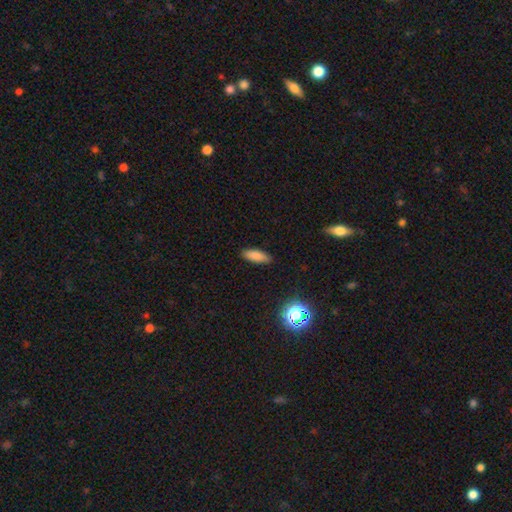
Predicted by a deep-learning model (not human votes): A smooth galaxy with no disk features (83%) that is in between round and cigar-shaped (65%). Merging: none (87%).